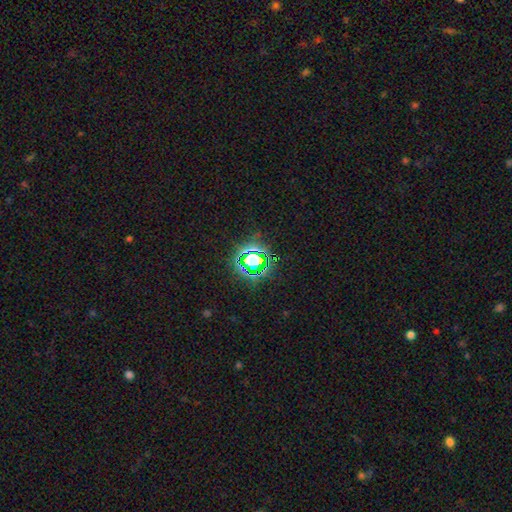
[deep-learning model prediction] Smooth or featured? Predicted: star or artifact (p=0.65).